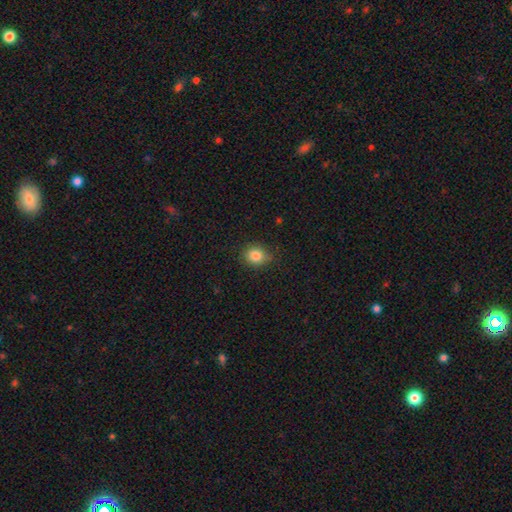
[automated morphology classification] Overall: smooth (84%). How rounded: round (71%). Merging: none (82%).